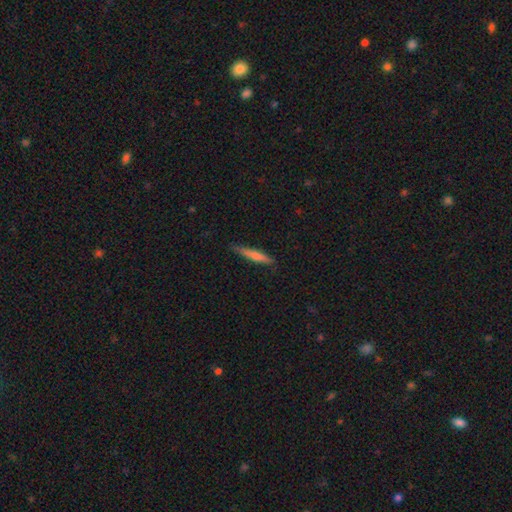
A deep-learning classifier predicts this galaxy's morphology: Overall: smooth (49%; featured or disk 43%). Merging: none (87%).